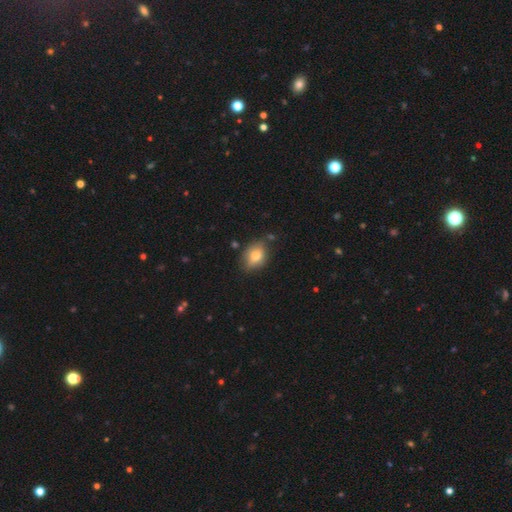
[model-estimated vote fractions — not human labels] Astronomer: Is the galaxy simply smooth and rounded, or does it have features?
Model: smooth — 74%.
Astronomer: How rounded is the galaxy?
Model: in between — 70%.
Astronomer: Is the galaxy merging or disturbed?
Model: none — 74%.